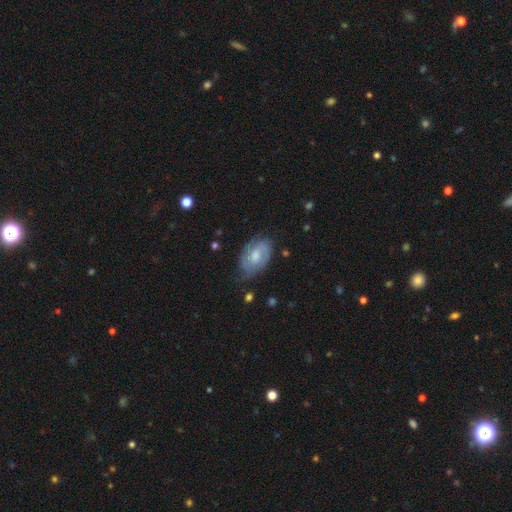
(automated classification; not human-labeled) This is likely a featured or disk galaxy (63%). It is clearly not viewed edge-on (96%). Bar: possibly no (57%). Spiral arm pattern: clearly yes (83%). Central bulge: possibly moderate (58%). Merging: likely none (61%).